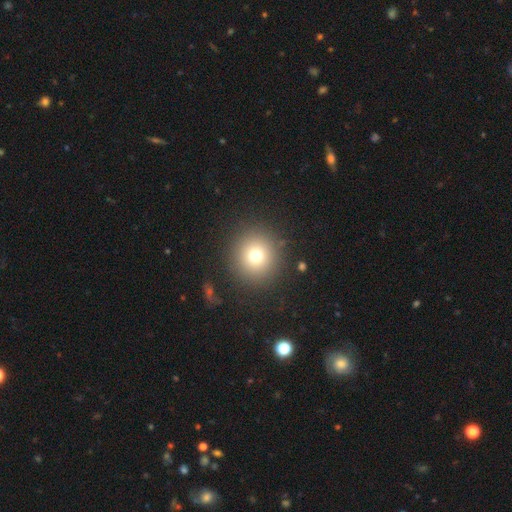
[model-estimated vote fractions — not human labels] Morphology: type=smooth (73%); roundness=round (94%); merging=none (88%).